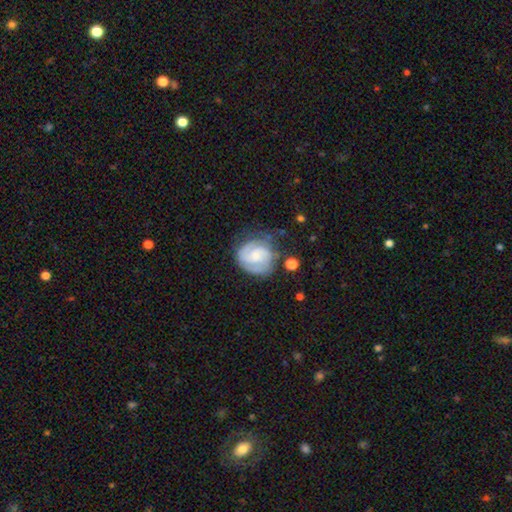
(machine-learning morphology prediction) The model was most divided on "spiral winding": tight: 54%, medium: 36%, loose: 10%. More confident: edge-on disk — no (98%); spiral arms — yes (92%); smooth or featured — featured or disk (73%); bar — no (61%); bulge size — small (59%); merging — none (57%); spiral arm count — 2 (50%).